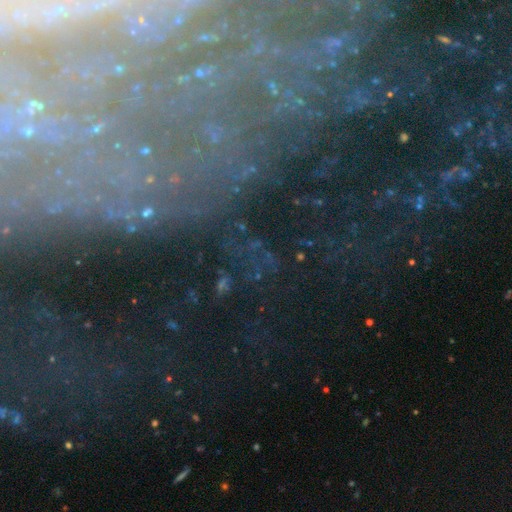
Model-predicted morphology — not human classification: A featured or disk galaxy (54%). Merging: none (70%).